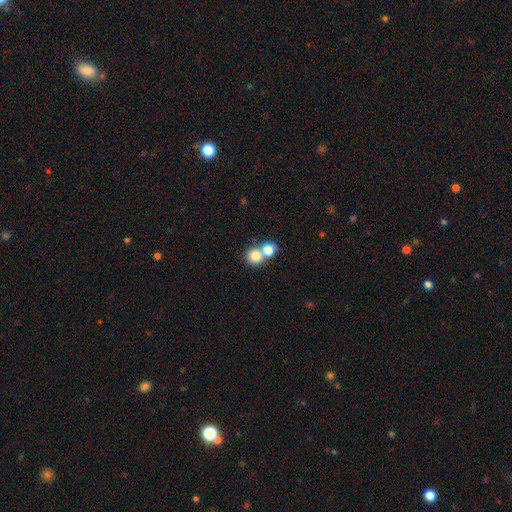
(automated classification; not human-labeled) Smooth or featured: smooth — 78% (star or artifact — 11%)
How rounded: round — 84% (in between — 15%)
Merging: merger — 51% (none — 41%)